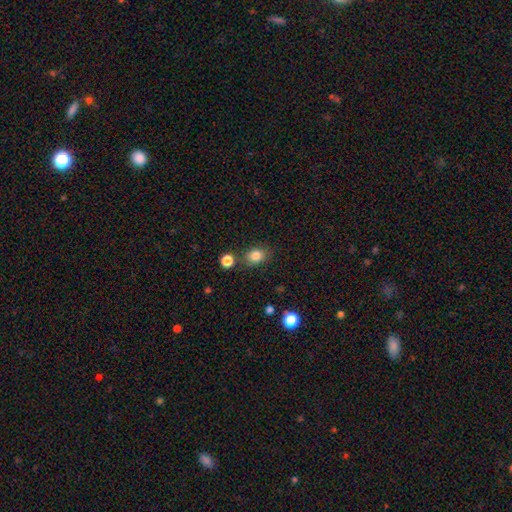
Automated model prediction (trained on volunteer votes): This appears to be a smooth galaxy with no disk features (84%) that is in between round and cigar-shaped (56%). Merging: none (76%).